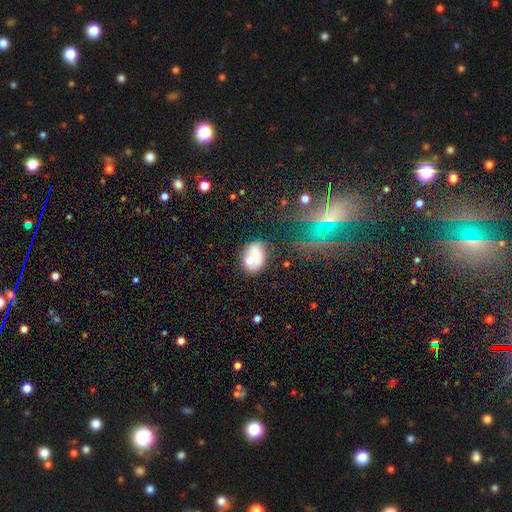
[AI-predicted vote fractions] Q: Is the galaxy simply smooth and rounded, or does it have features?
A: smooth — 56%.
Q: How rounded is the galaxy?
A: in between — 63%.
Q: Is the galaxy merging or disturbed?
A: merger — 41%.